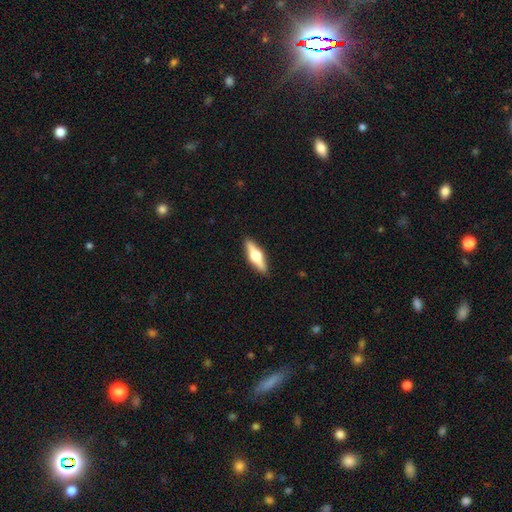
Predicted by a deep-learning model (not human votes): smooth-or-featured: featured or disk: 59% | smooth: 35% | star or artifact: 5%
  disk-edge-on: yes: 95% | no: 5%
    edge-on-bulge: rounded: 95% | boxy: 3% | none: 2%
  merging: none: 91% | minor disturbance: 7% | major disturbance: 2% | merger: 1%